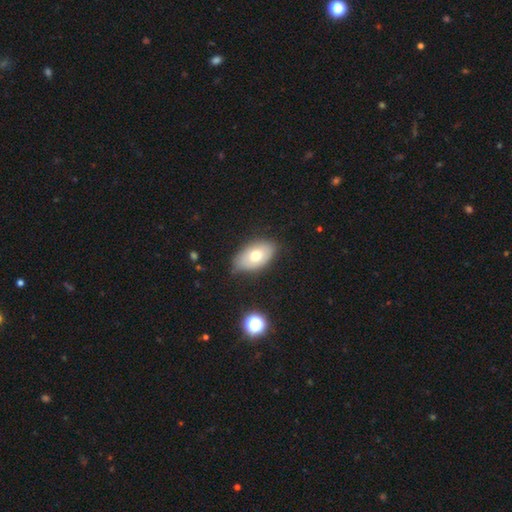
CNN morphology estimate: smooth_or_featured: smooth (p=0.69) [alt: featured or disk p=0.23]
how_rounded: in between (p=0.92) [alt: round p=0.06]
merging: none (p=0.79) [alt: minor disturbance p=0.16]